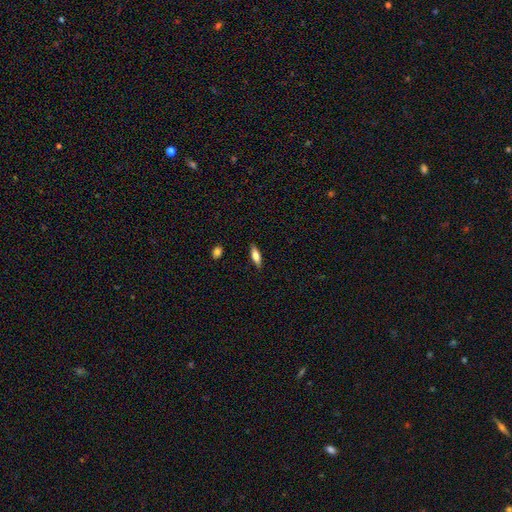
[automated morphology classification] Smooth or featured? smooth (60%)
How rounded? in between (52%)
Merging? none (87%)